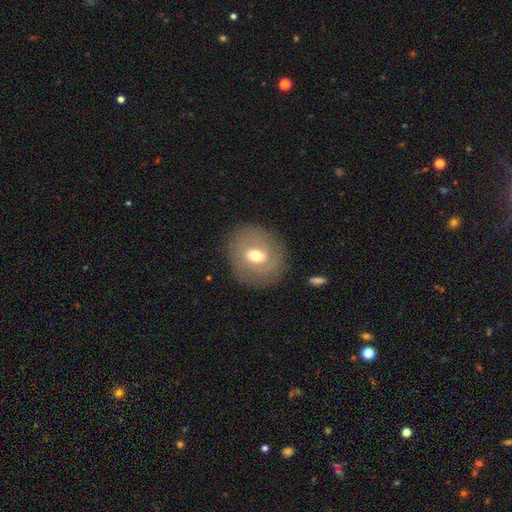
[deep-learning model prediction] A smooth galaxy with no disk features (50%) that is round (67%). Merging: none (83%).